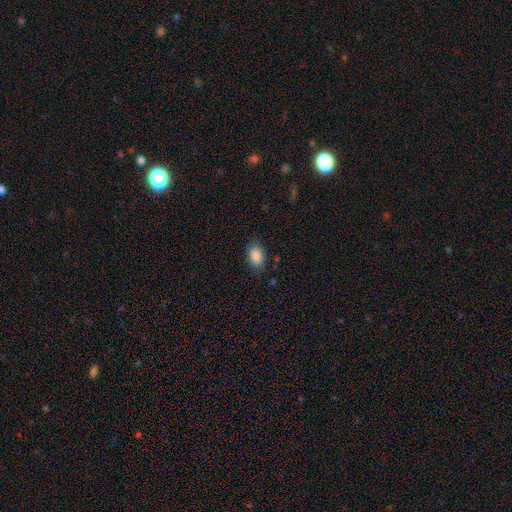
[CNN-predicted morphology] Smooth or featured? smooth (87%)
How rounded? in between (90%)
Merging? none (81%)